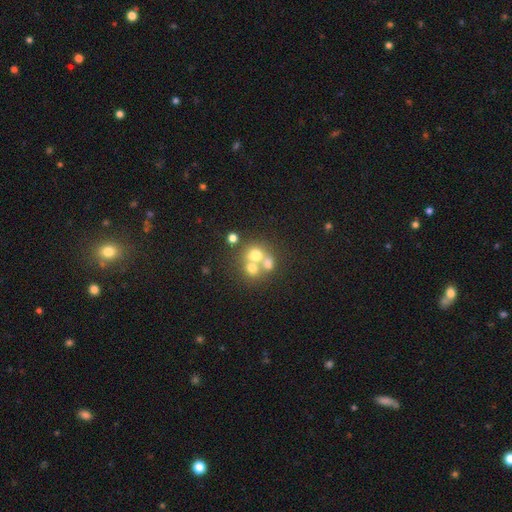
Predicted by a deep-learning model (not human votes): A smooth galaxy with no disk features (61%) that is round (75%).

Vote fractions:
- Smooth or featured? smooth: 61% / featured or disk: 23% / star or artifact: 16%
- How rounded? round: 75% / in between: 24% / cigar-shaped: 1%
- Merging? merger: 55% / none: 33% / minor disturbance: 7% / major disturbance: 5%